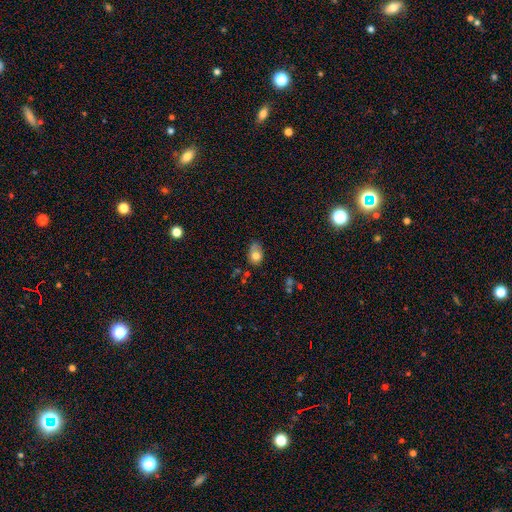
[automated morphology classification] Smooth or featured?
  - smooth: 77% *
  - featured or disk: 13%
  - star or artifact: 10%
How rounded?
  - in between: 67% *
  - round: 31%
  - cigar-shaped: 1%
Merging?
  - none: 44% *
  - minor disturbance: 37%
  - major disturbance: 13%
  - merger: 6%